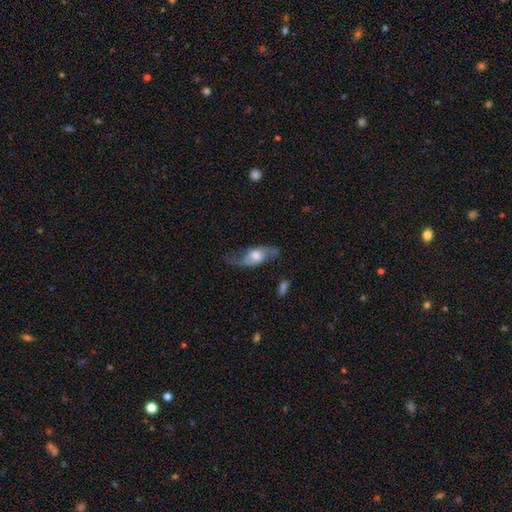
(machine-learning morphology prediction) A featured or disk galaxy (65%) with no bar (68%), spiral arms (84%) and a moderate central bulge (61%).

Vote fractions:
- Smooth or featured? featured or disk: 65% / smooth: 29% / star or artifact: 6%
- Edge-on disk? no: 86% / yes: 14%
- Bar? no: 68% / weak: 26% / strong: 6%
- Spiral arms? yes: 84% / no: 16%
- Bulge size? moderate: 61% / large: 18% / small: 17% / none: 2% / dominant: 2%
- Merging? none: 52% / minor disturbance: 25% / major disturbance: 20% / merger: 3%